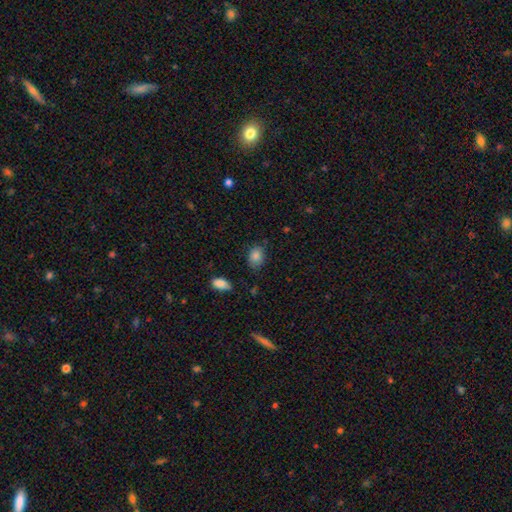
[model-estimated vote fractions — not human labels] Overall: smooth (84%). How rounded: in between (72%). Merging: none (70%).